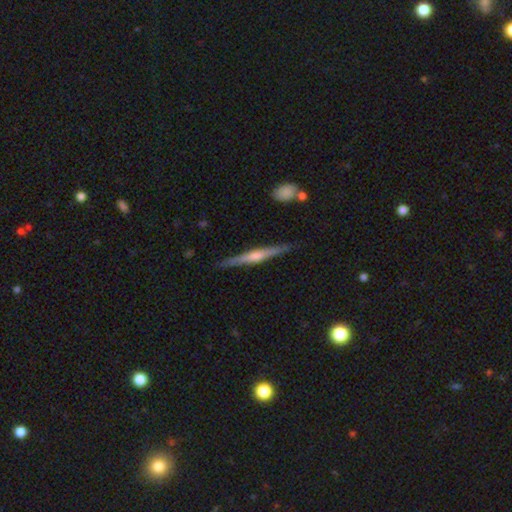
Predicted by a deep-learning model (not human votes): Smooth or featured? featured or disk (76%)
Edge-on disk? yes (98%)
Edge-on bulge? rounded (79%)
Merging? none (90%)